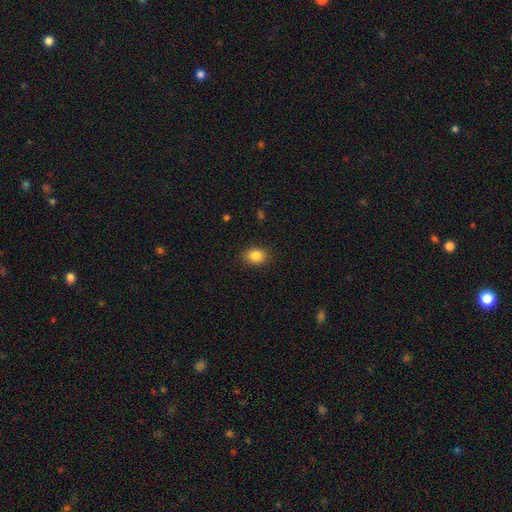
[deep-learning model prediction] Smooth or featured? smooth (86%)
How rounded? in between (60%)
Merging? none (88%)